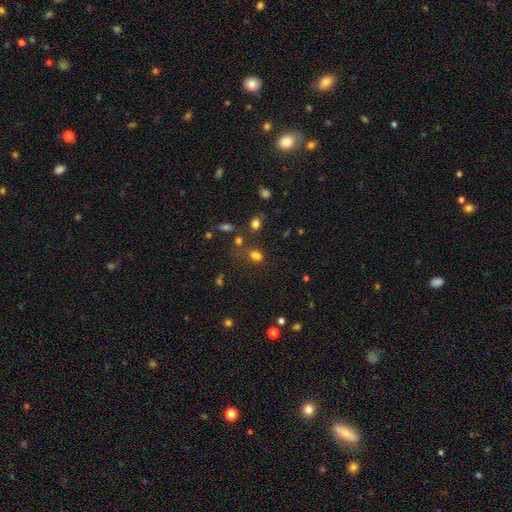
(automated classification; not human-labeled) Smooth or featured: smooth — 73% (star or artifact — 20%)
How rounded: in between — 65% (round — 33%)
Merging: none — 60% (minor disturbance — 16%)